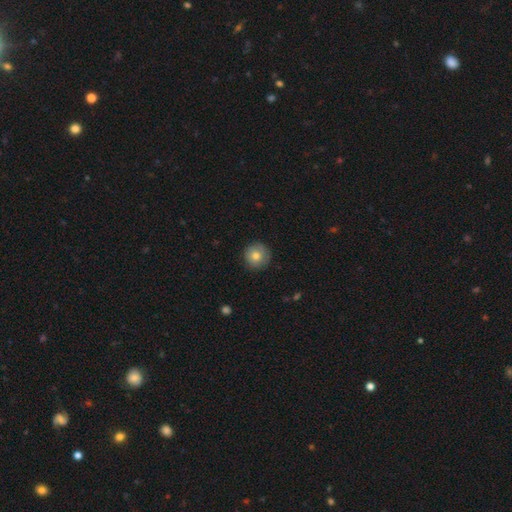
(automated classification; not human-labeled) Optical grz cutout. It shows a smooth galaxy with no disk features (76%) that is round (95%). Merging: none (86%).